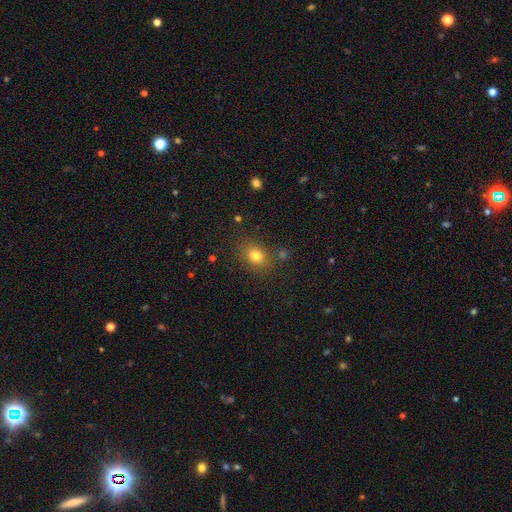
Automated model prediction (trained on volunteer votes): A smooth galaxy with no disk features (78%) that is in between round and cigar-shaped (51%). Merging: none (80%).